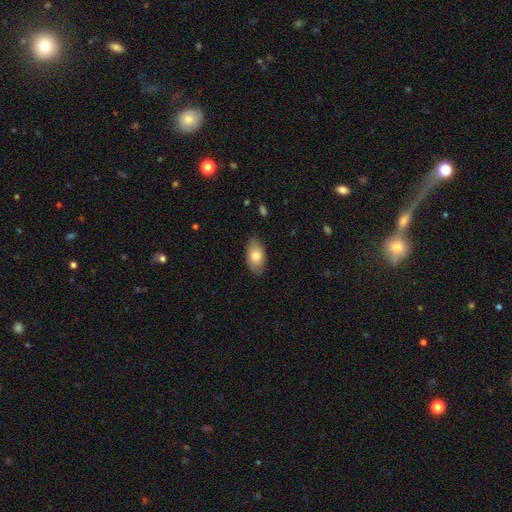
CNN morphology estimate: Q: Smooth or featured?
A: smooth (79%); runner-up: featured or disk (15%)
Q: How rounded?
A: in between (93%); runner-up: round (5%)
Q: Merging?
A: none (81%); runner-up: minor disturbance (15%)